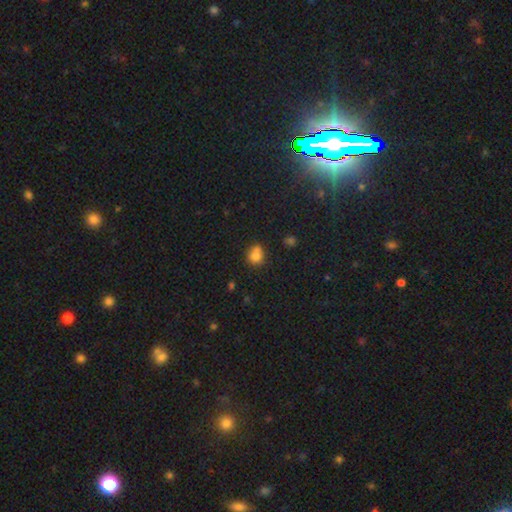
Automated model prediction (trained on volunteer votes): Smooth or featured: smooth — 79% (star or artifact — 13%)
How rounded: round — 70% (in between — 29%)
Merging: none — 49% (merger — 27%)